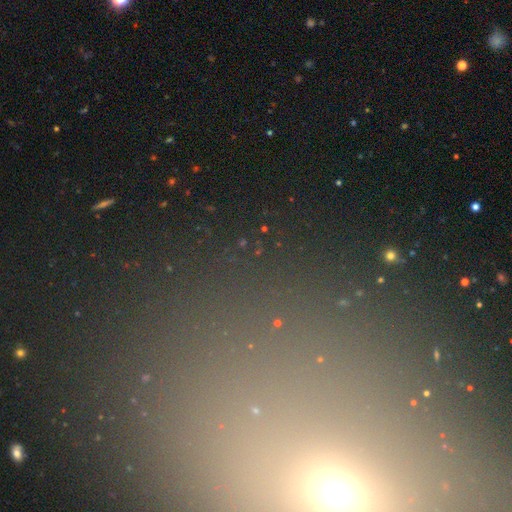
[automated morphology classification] A star or artifact, not a galaxy (64%).

Vote fractions:
- Smooth or featured? star or artifact: 64% / smooth: 24% / featured or disk: 13%